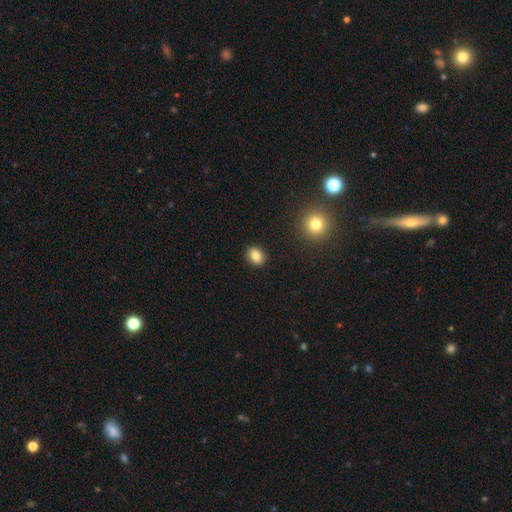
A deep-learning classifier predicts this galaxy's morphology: This appears to be a smooth galaxy with no disk features (84%) that is in between round and cigar-shaped (50%). Merging: none (90%).